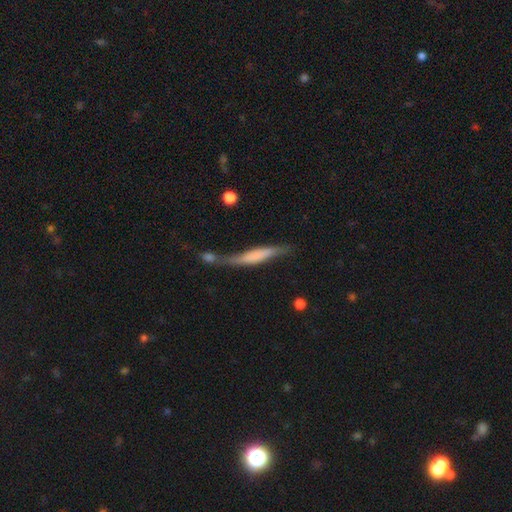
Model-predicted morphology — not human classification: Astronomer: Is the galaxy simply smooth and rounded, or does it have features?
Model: smooth — 49% (runner-up: featured or disk, 45%).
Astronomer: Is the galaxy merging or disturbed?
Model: none — 36% (runner-up: merger, 26%).